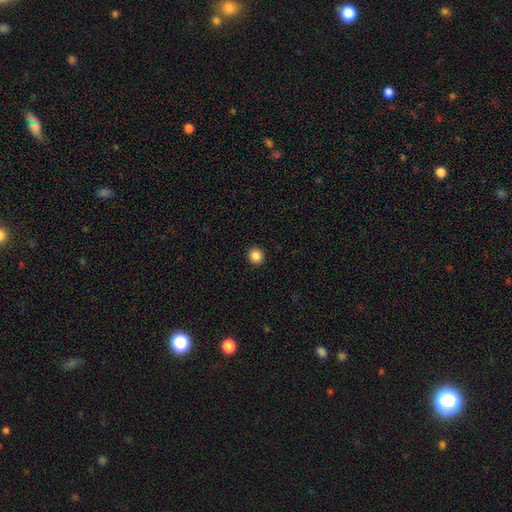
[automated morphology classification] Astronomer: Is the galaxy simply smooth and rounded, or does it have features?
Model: smooth — 86%.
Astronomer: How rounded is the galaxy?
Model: round — 93%.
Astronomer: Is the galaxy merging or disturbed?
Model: none — 94%.